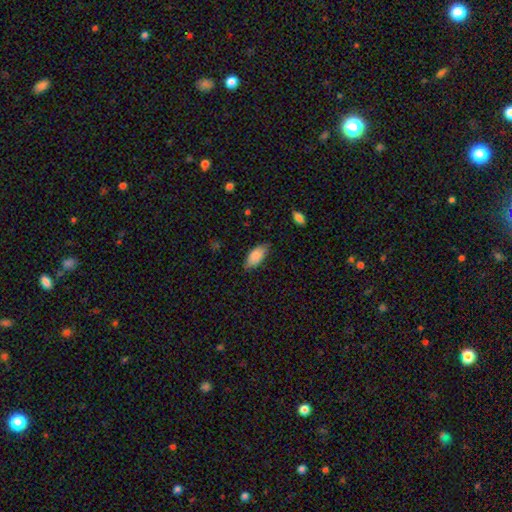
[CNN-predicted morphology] Overall: smooth (85%). How rounded: in between (91%). Merging: none (75%).